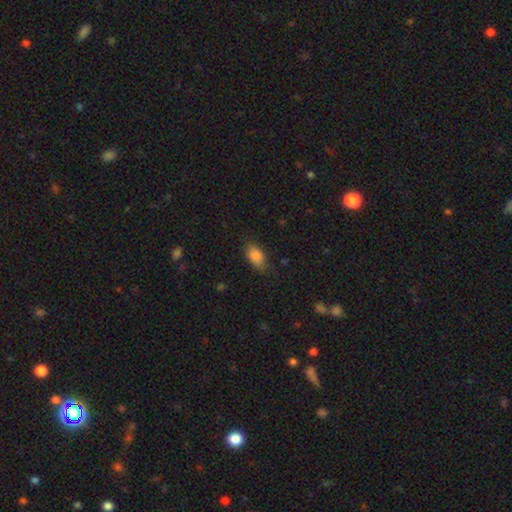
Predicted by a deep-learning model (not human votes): Q: Smooth or featured?
A: smooth (85%); runner-up: star or artifact (8%)
Q: How rounded?
A: in between (89%); runner-up: round (8%)
Q: Merging?
A: none (69%); runner-up: minor disturbance (23%)